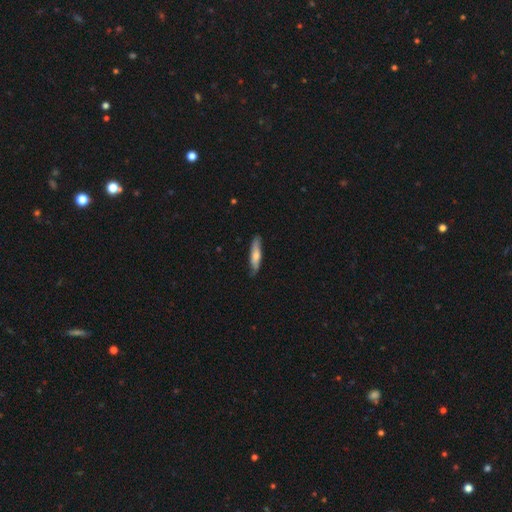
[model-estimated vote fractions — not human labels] smooth-or-featured: smooth: 57% | featured or disk: 37% | star or artifact: 6%
  how-rounded: cigar-shaped: 79% | in between: 19% | round: 2%
  merging: none: 78% | minor disturbance: 18% | major disturbance: 3% | merger: 1%